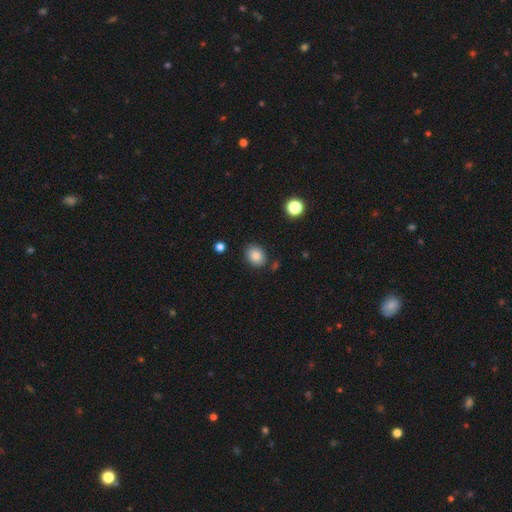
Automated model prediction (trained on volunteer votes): The model was most divided on "how rounded": in between: 63%, round: 36%, cigar-shaped: 1%. More confident: smooth or featured — smooth (84%); merging — none (83%).